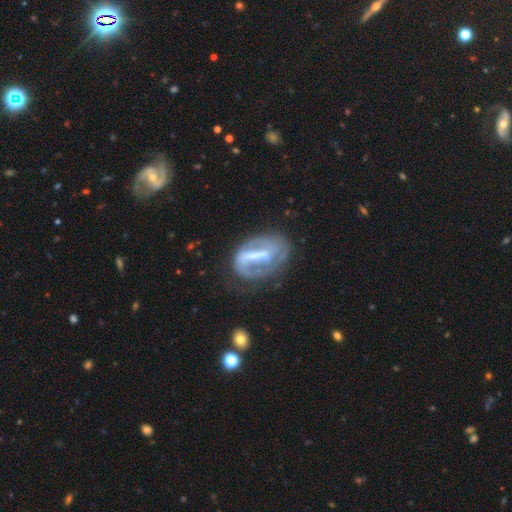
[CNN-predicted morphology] Smooth or featured? featured or disk (72%)
Edge-on disk? no (92%)
Bar? strong (64%)
Spiral arms? yes (63%)
Bulge size? moderate (34%)
Merging? none (53%)